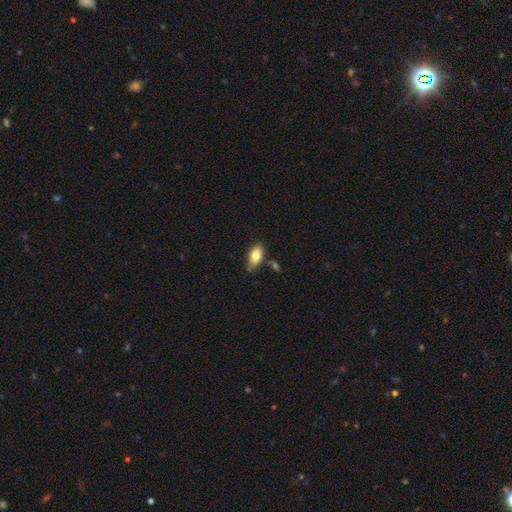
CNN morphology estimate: smooth_or_featured: smooth (p=0.80) [alt: featured or disk p=0.13]
how_rounded: in between (p=0.90) [alt: round p=0.06]
merging: none (p=0.69) [alt: minor disturbance p=0.20]